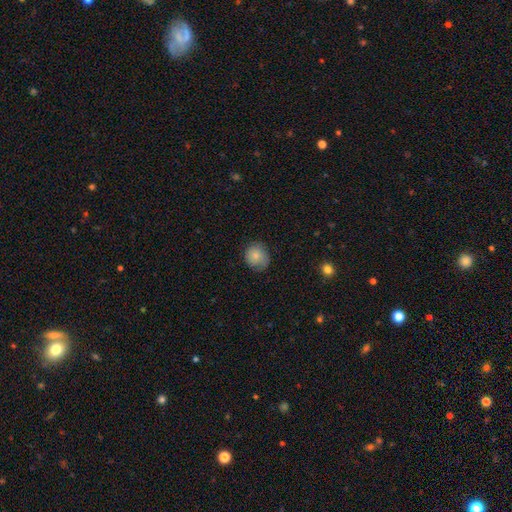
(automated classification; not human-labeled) Smooth or featured: smooth — 81% (featured or disk — 10%)
How rounded: round — 78% (in between — 21%)
Merging: none — 70% (minor disturbance — 24%)